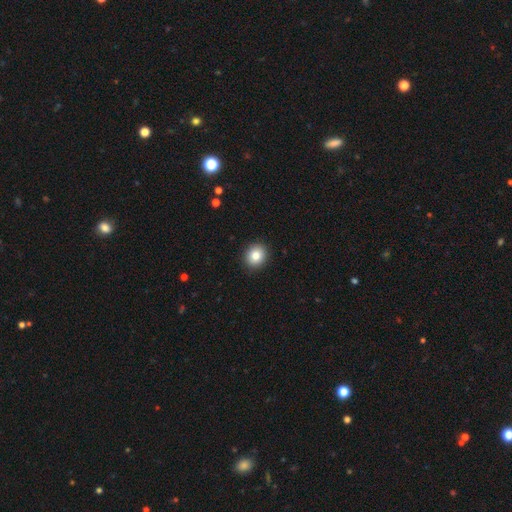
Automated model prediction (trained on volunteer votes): Morphology: type=smooth (83%); roundness=round (74%); merging=none (92%).